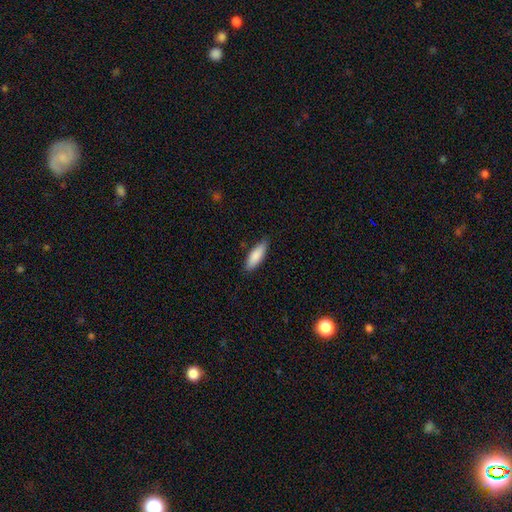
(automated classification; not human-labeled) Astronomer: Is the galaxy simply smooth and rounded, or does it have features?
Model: smooth — 86%.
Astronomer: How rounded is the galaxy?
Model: in between — 54% (runner-up: cigar-shaped, 45%).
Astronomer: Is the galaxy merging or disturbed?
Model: none — 84%.